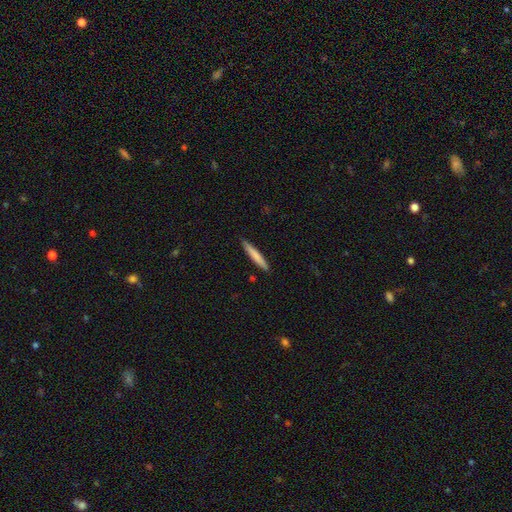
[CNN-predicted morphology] Overall: smooth (77%). How rounded: cigar-shaped (95%). Merging: none (89%).